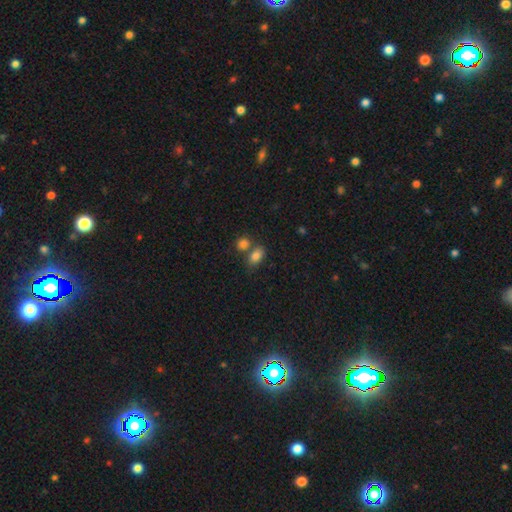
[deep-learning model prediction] Morphology: type=smooth (83%); roundness=in between (85%); merging=none (50%).